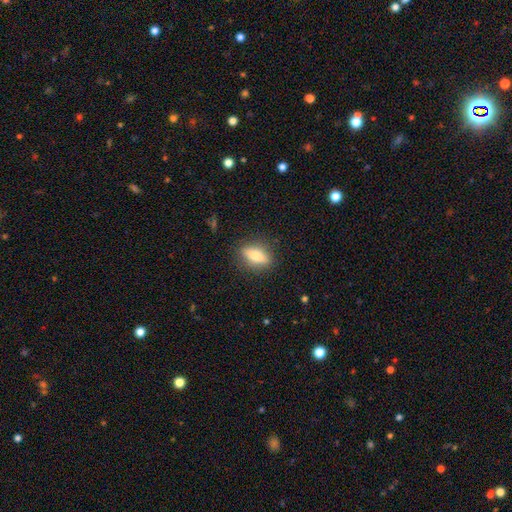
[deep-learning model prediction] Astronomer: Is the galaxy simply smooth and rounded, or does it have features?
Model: smooth — 68%.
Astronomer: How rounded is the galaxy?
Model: in between — 65%.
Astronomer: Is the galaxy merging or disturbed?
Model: none — 85%.